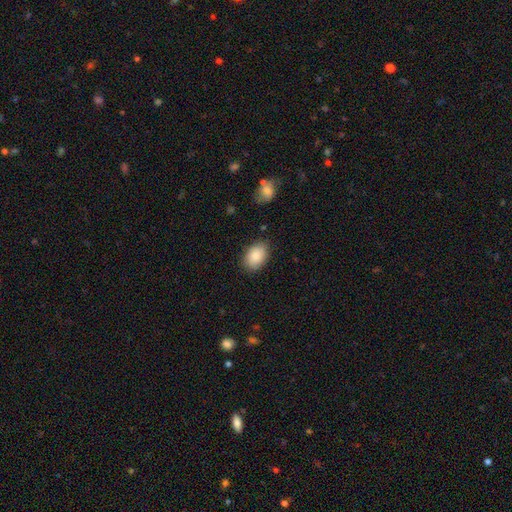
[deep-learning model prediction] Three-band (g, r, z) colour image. It shows a smooth galaxy with no disk features (86%) that is in between round and cigar-shaped (83%). Merging: none (82%).